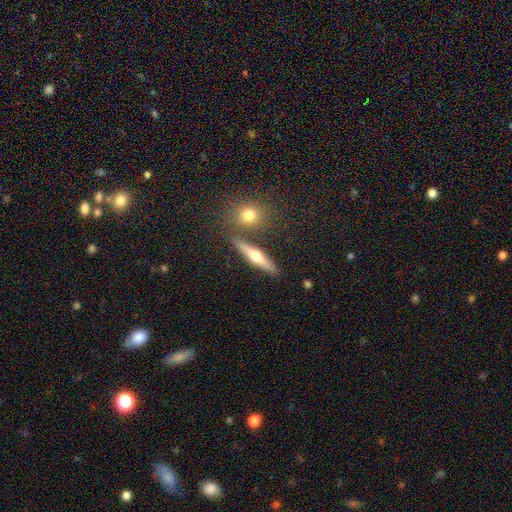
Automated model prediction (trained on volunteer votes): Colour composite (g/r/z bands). It shows a featured or disk galaxy (53%) viewed edge-on (91%). Merging: none (80%).